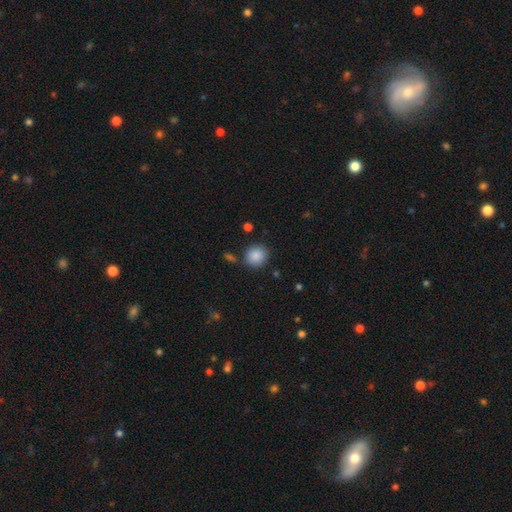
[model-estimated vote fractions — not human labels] smooth-or-featured: smooth: 88% | star or artifact: 8% | featured or disk: 4%
  how-rounded: round: 87% | in between: 12% | cigar-shaped: 1%
  merging: none: 84% | minor disturbance: 9% | merger: 4% | major disturbance: 3%